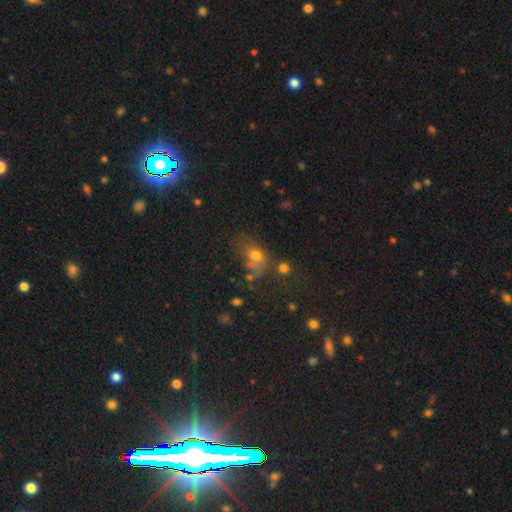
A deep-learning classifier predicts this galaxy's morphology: smooth 67%, star or artifact 17%, featured or disk 16%. Down the decision tree: how rounded — in between (61%); merging — none (35%).